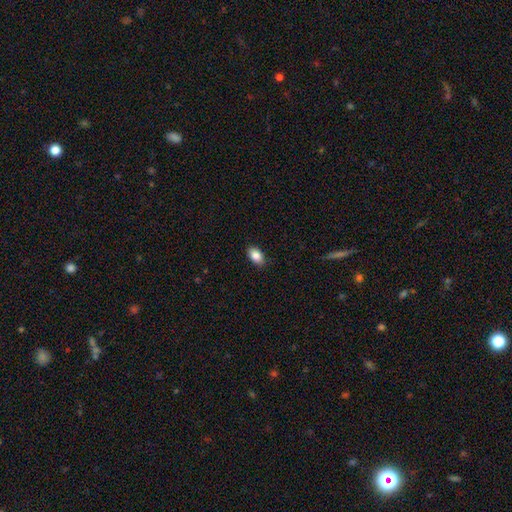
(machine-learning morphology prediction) Smooth or featured?
  - smooth: 87% *
  - star or artifact: 8%
  - featured or disk: 6%
How rounded?
  - in between: 91% *
  - round: 8%
  - cigar-shaped: 2%
Merging?
  - none: 87% *
  - minor disturbance: 10%
  - major disturbance: 2%
  - merger: 1%